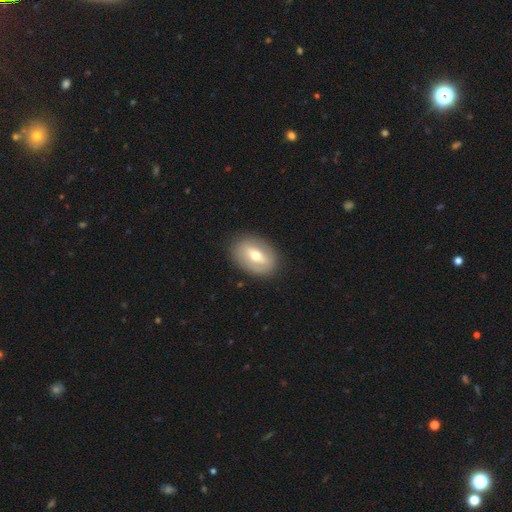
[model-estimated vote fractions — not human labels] Smooth or featured?
  - smooth: 47% *
  - featured or disk: 46%
  - star or artifact: 7%
Merging?
  - none: 85% *
  - minor disturbance: 11%
  - major disturbance: 4%
  - merger: 1%